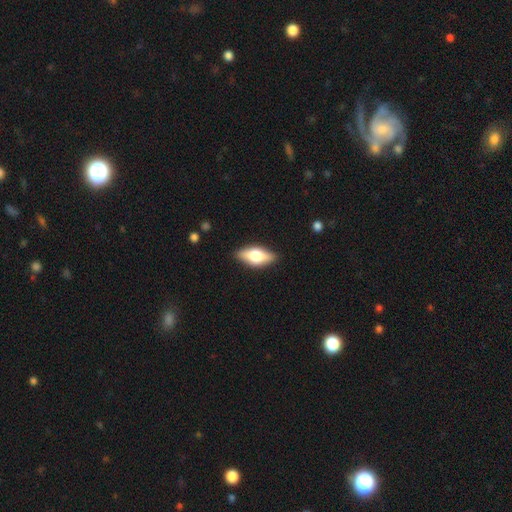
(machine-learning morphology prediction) The model was most divided on "smooth or featured": smooth: 58%, featured or disk: 35%, star or artifact: 6%. More confident: merging — none (86%); how rounded — in between (81%).